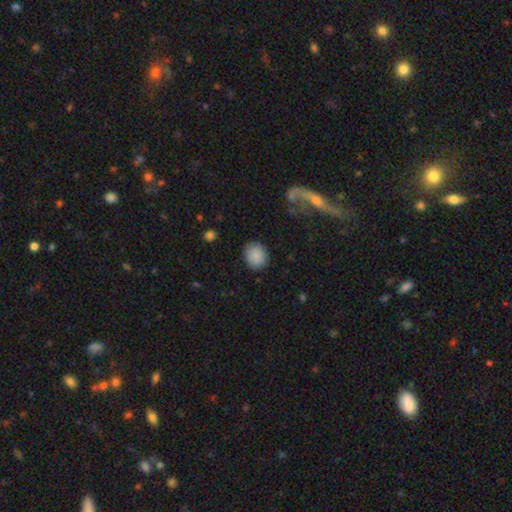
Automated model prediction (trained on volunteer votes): A smooth galaxy with no disk features (88%) that is round (73%).

Vote fractions:
- Smooth or featured? smooth: 88% / star or artifact: 8% / featured or disk: 4%
- How rounded? round: 73% / in between: 26% / cigar-shaped: 1%
- Merging? none: 88% / minor disturbance: 9% / major disturbance: 3% / merger: 1%